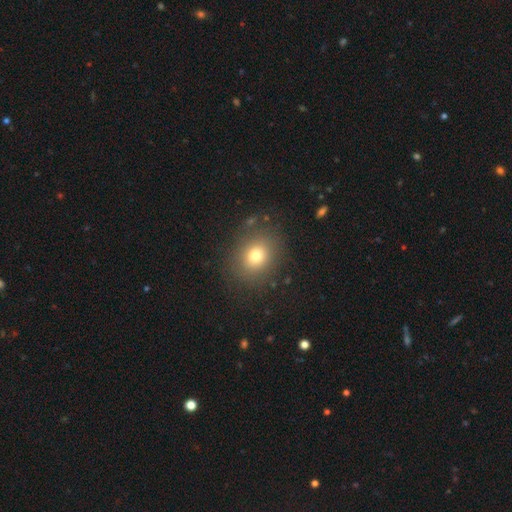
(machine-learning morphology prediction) A smooth galaxy with no disk features (75%) that is round (64%). Merging: none (84%).